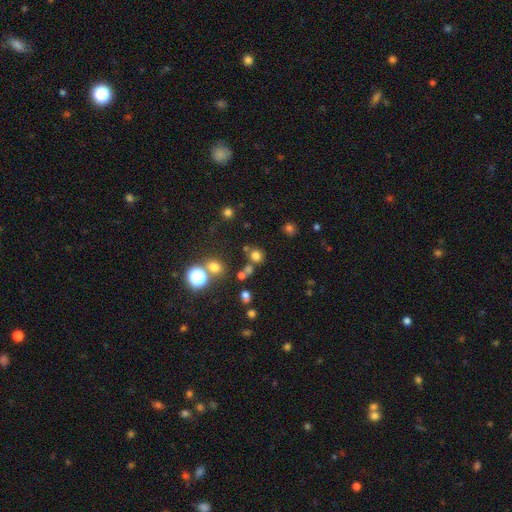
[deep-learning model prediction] Smooth or featured? Predicted: smooth (p=0.68). How rounded? Predicted: round (p=0.82). Merging? Predicted: none (p=0.70).